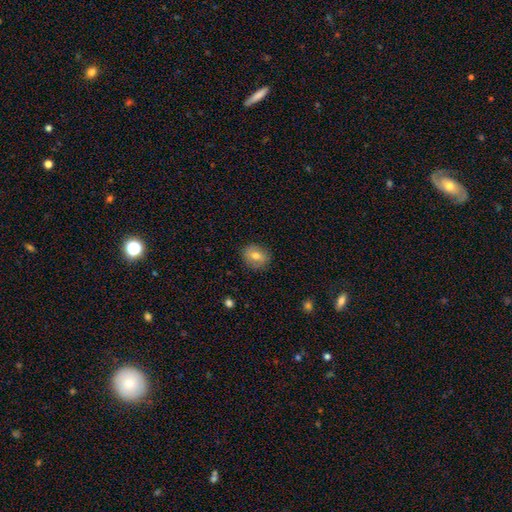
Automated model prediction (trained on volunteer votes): Smooth or featured? Predicted: smooth (p=0.68). How rounded? Predicted: round (p=0.56). Merging? Predicted: none (p=0.85).